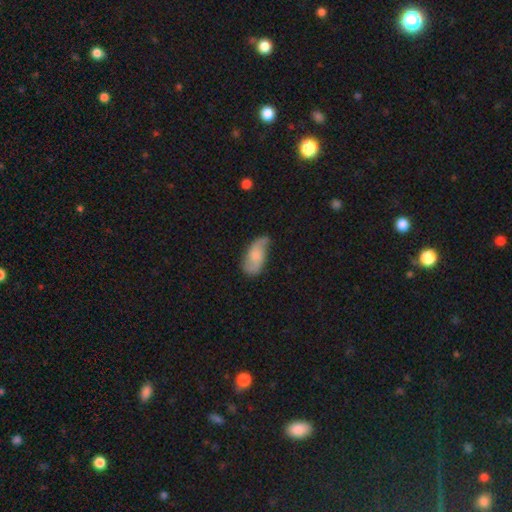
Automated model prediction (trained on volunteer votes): Smooth or featured?
  - featured or disk: 50% *
  - smooth: 43%
  - star or artifact: 7%
Merging?
  - none: 57% *
  - minor disturbance: 30%
  - major disturbance: 11%
  - merger: 3%